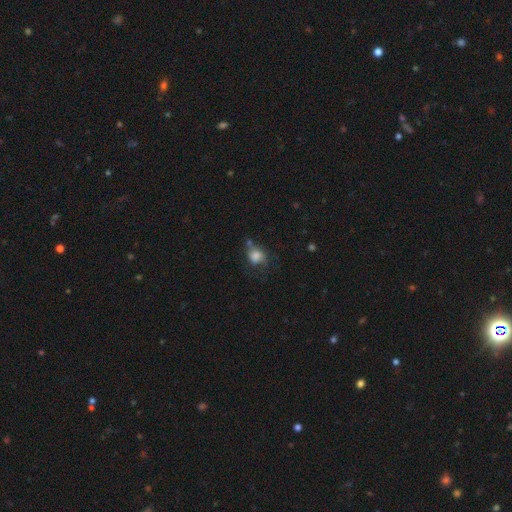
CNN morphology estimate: A smooth galaxy with no disk features (76%) that is round (57%).

Vote fractions:
- Smooth or featured? smooth: 76% / featured or disk: 13% / star or artifact: 11%
- How rounded? round: 57% / in between: 42% / cigar-shaped: 1%
- Merging? none: 46% / minor disturbance: 28% / major disturbance: 15% / merger: 10%